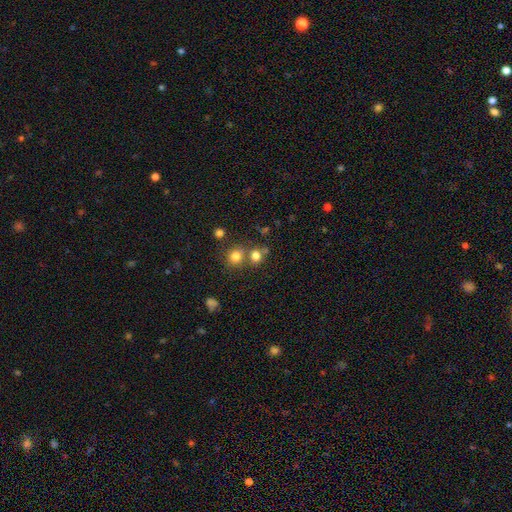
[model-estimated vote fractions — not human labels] Smooth or featured? Predicted: smooth (p=0.76). How rounded? Predicted: round (p=0.78). Merging? Predicted: none (p=0.56).